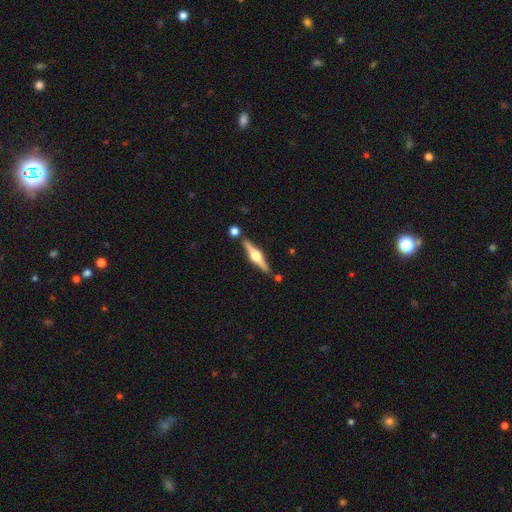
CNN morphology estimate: Smooth or featured?
  - featured or disk: 80% *
  - smooth: 15%
  - star or artifact: 5%
Edge-on disk?
  - yes: 98% *
  - no: 2%
Edge-on bulge?
  - rounded: 96% *
  - boxy: 3%
  - none: 1%
Merging?
  - none: 85% *
  - minor disturbance: 8%
  - merger: 5%
  - major disturbance: 2%